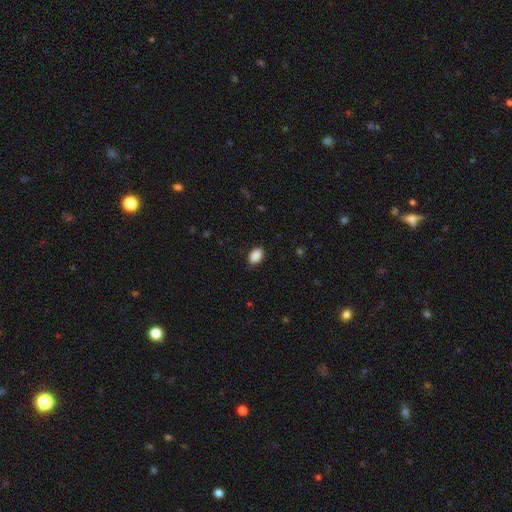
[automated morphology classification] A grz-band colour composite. It shows a smooth galaxy with no disk features (90%) that is in between round and cigar-shaped (85%). Merging: none (87%).